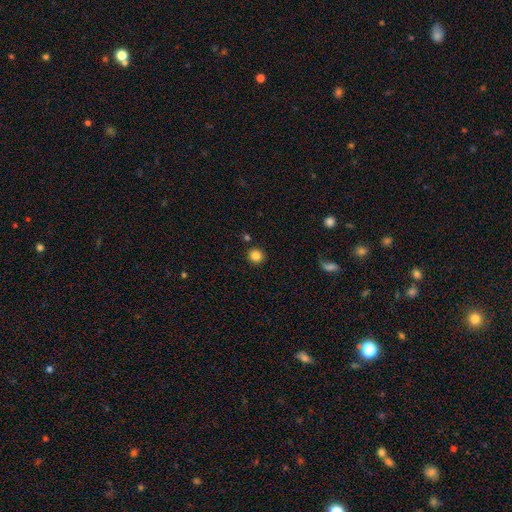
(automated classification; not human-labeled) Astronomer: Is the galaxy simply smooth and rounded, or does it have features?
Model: smooth — 85%.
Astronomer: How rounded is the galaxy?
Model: round — 88%.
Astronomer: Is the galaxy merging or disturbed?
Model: none — 88%.